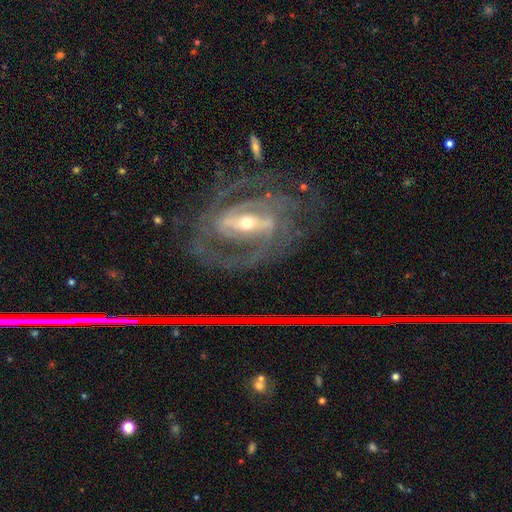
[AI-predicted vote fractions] Smooth or featured? featured or disk (84%)
Edge-on disk? no (93%)
Bar? strong (54%)
Spiral arms? yes (88%)
Spiral winding? tight (54%)
Spiral arm count? 2 (51%)
Bulge size? small (53%)
Merging? none (71%)